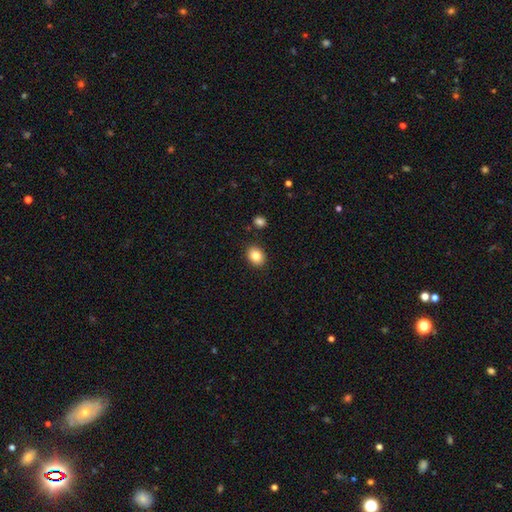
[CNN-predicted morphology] This is clearly a smooth galaxy (84%). How rounded: possibly in between (53%). Merging: clearly none (89%).